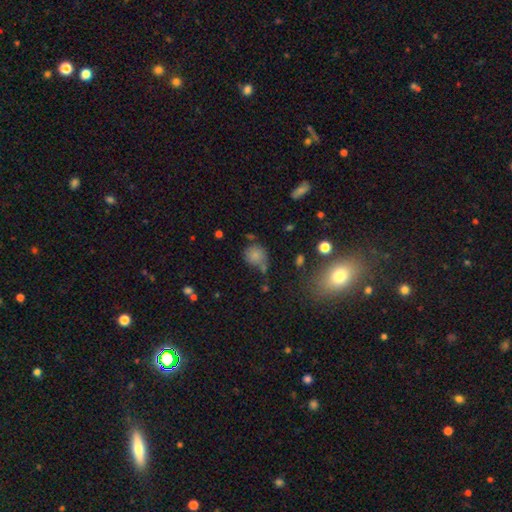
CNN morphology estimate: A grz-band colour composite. It shows a smooth galaxy with no disk features (77%) that is round (82%). Merging: none (53%).